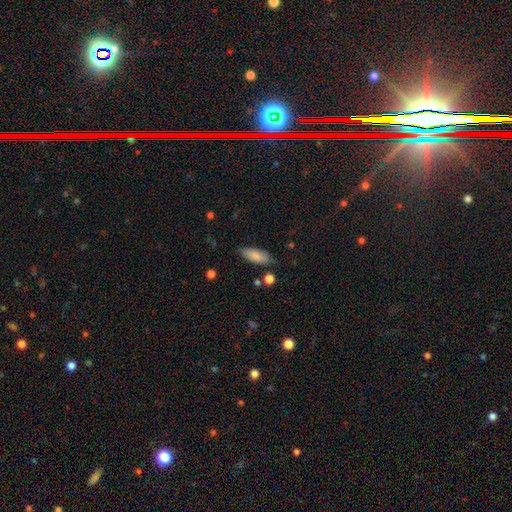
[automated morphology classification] Smooth or featured?
  - smooth: 82% *
  - featured or disk: 12%
  - star or artifact: 6%
How rounded?
  - in between: 77% *
  - cigar-shaped: 21%
  - round: 2%
Merging?
  - none: 77% *
  - minor disturbance: 17%
  - major disturbance: 3%
  - merger: 2%